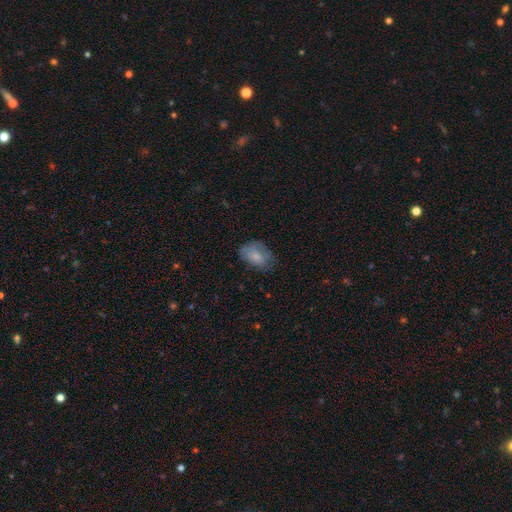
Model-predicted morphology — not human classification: smooth 75%, featured or disk 17%, star or artifact 8%. Down the decision tree: how rounded — in between (84%); merging — none (58%).